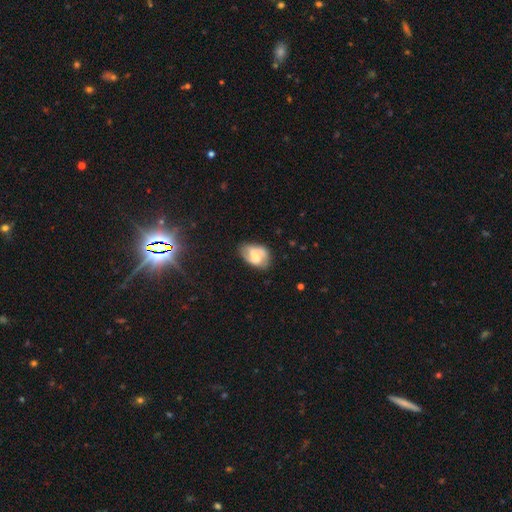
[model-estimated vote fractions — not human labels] A featured or disk galaxy (55%) with a weak bar (45%), spiral arms (84%) and a moderate central bulge (45%). Merging: none (63%).